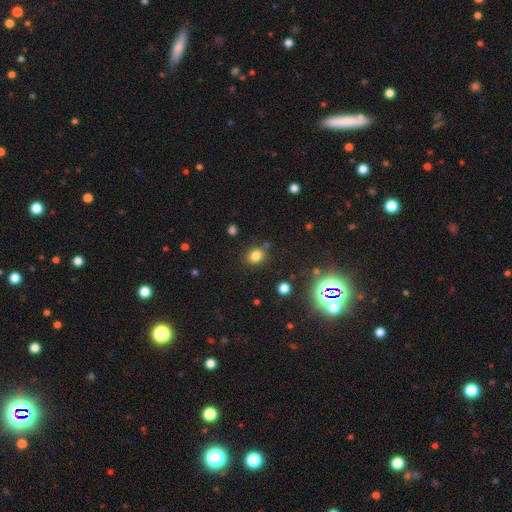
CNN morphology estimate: type=smooth (79%); roundness=round (64%); merging=none (82%).